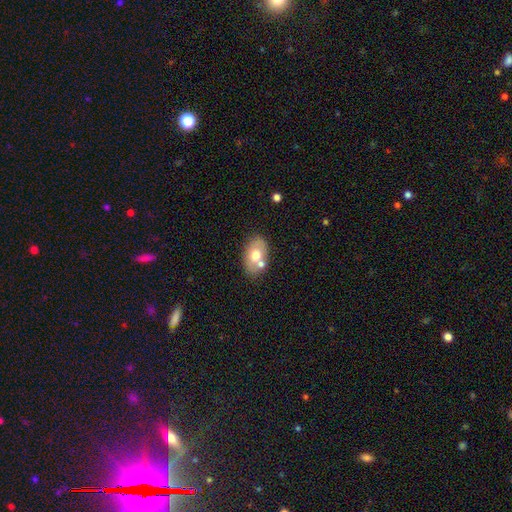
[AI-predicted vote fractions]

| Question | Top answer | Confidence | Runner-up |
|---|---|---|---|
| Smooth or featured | smooth | 63% | featured or disk (30%) |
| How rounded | in between | 86% | round (13%) |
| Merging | none | 64% | merger (18%) |